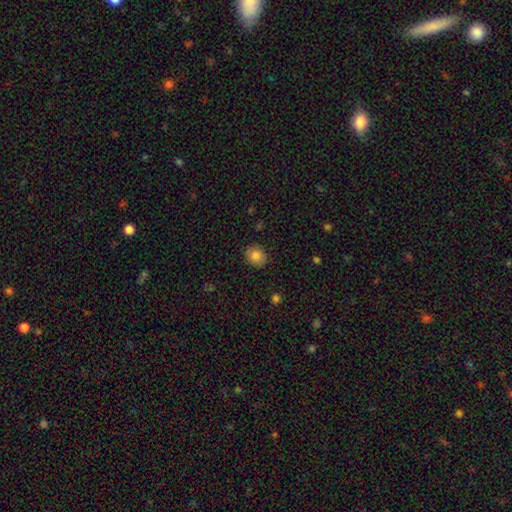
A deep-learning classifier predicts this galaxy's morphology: smooth-or-featured: smooth: 84% | star or artifact: 9% | featured or disk: 7%
  how-rounded: round: 64% | in between: 35% | cigar-shaped: 1%
  merging: none: 88% | minor disturbance: 9% | major disturbance: 2% | merger: 1%